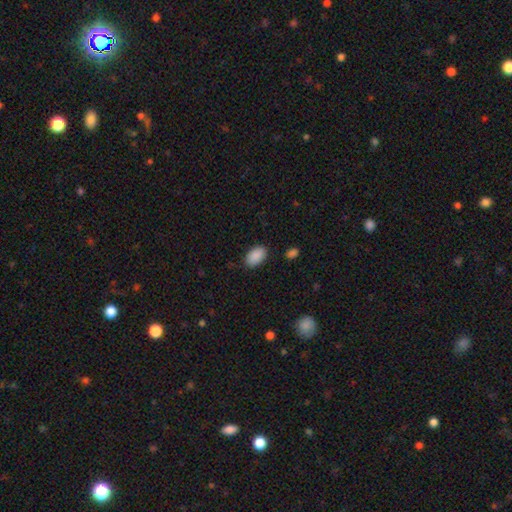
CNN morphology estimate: A smooth galaxy with no disk features (90%) that is in between round and cigar-shaped (92%). Merging: none (85%).